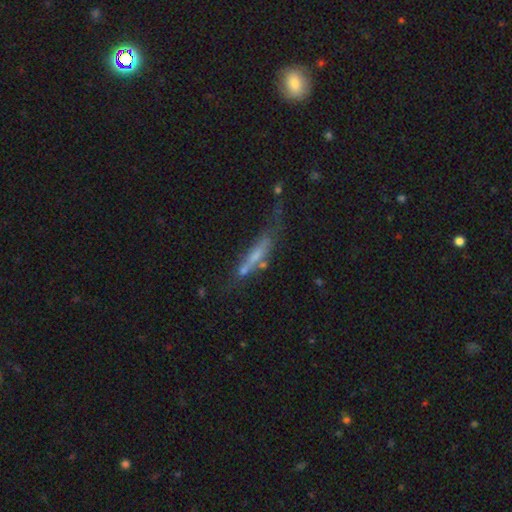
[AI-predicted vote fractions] featured or disk 45% (tied), smooth 45% (tied), star or artifact 11%. Down the decision tree: merging — none (41%).